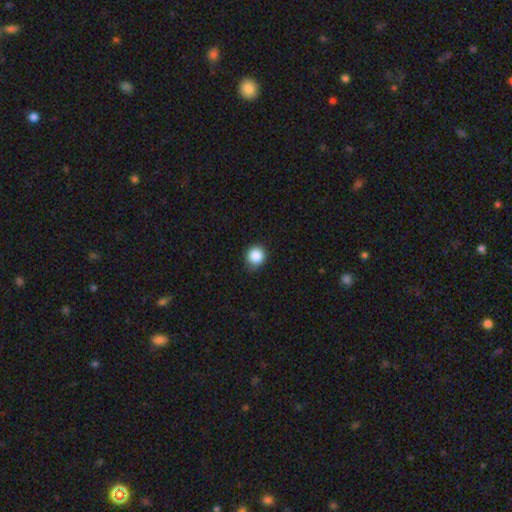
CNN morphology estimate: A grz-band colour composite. It shows a smooth galaxy with no disk features (87%) that is round (91%). Merging: none (89%).